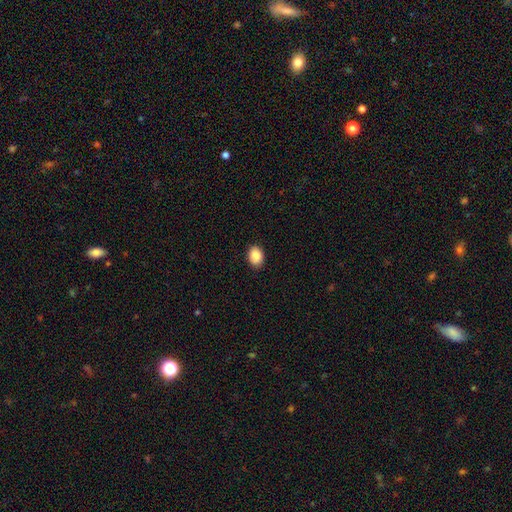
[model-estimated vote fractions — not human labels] This appears to be a smooth galaxy with no disk features (89%) that is in between round and cigar-shaped (66%). Merging: none (90%).